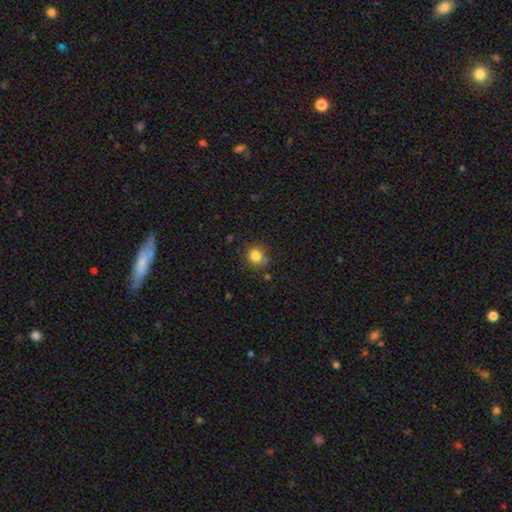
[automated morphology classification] Q: Smooth or featured?
A: smooth (82%); runner-up: star or artifact (12%)
Q: How rounded?
A: round (78%); runner-up: in between (21%)
Q: Merging?
A: none (76%); runner-up: minor disturbance (17%)